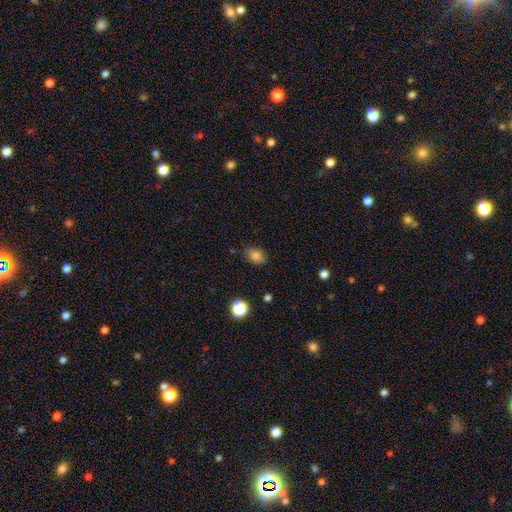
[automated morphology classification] Overall: smooth (81%). How rounded: in between (60%; round 38%). Merging: none (78%).